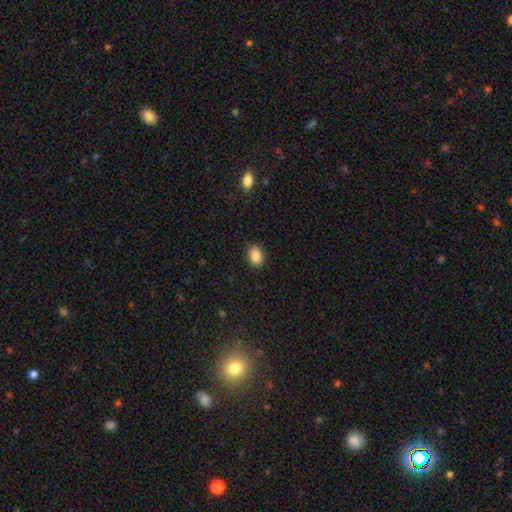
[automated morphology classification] Overall: smooth (86%). How rounded: in between (78%). Merging: none (88%).